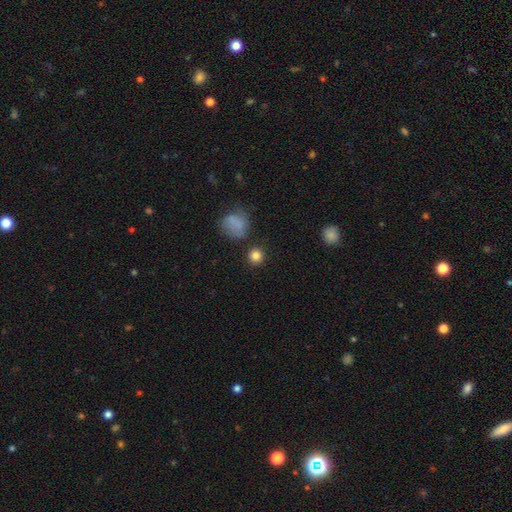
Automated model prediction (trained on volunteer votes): Overall: smooth (83%). How rounded: round (91%). Merging: none (84%).